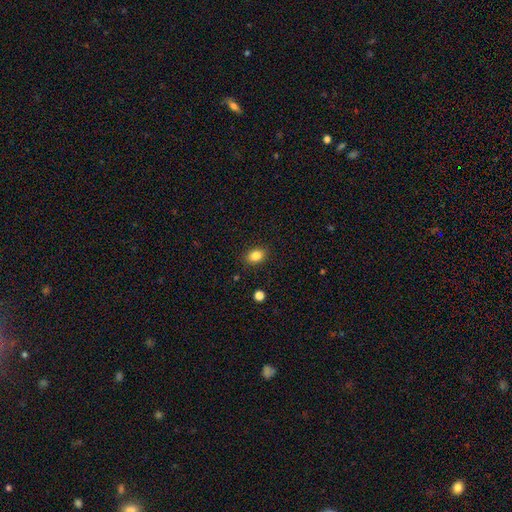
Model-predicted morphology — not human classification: Smooth or featured: smooth — 84% (star or artifact — 10%)
How rounded: in between — 71% (round — 28%)
Merging: none — 88% (minor disturbance — 9%)